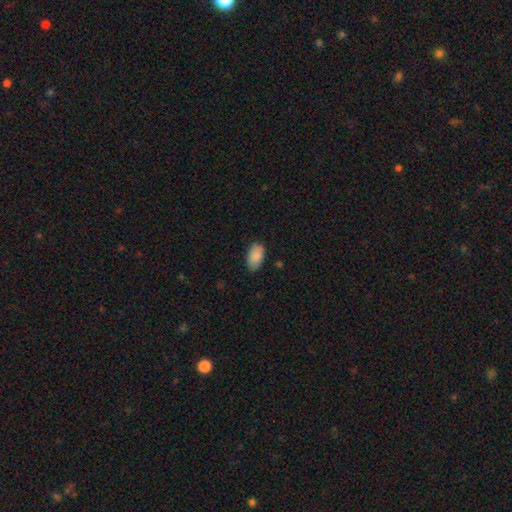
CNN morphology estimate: This is clearly a smooth galaxy (88%). How rounded: clearly in between (94%). Merging: likely none (80%).